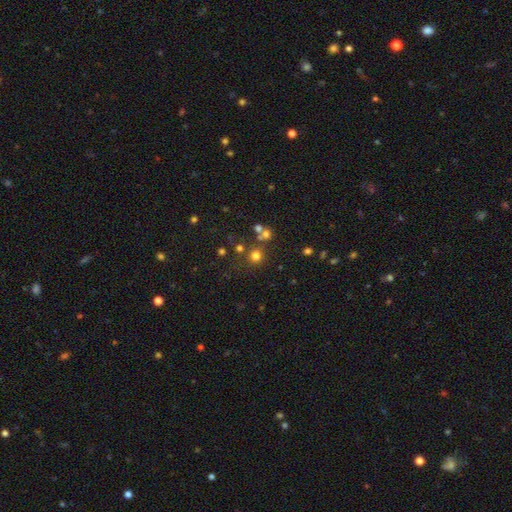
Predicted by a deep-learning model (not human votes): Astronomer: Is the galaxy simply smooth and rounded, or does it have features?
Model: smooth — 70%.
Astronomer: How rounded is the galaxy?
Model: round — 92%.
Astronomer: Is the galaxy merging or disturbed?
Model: none — 74%.